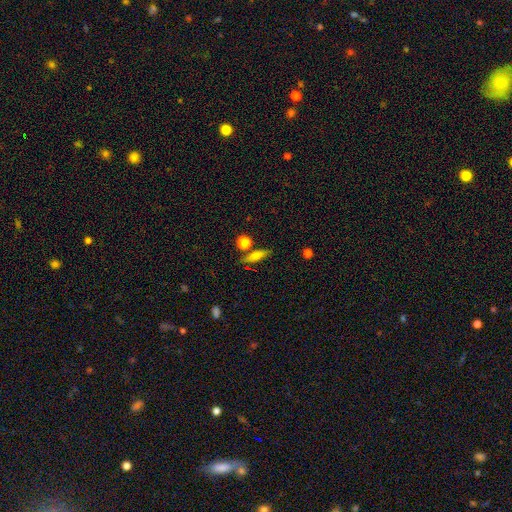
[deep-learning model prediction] Overall: smooth (62%; featured or disk 28%). How rounded: cigar-shaped (60%; in between 32%). Merging: none (74%).